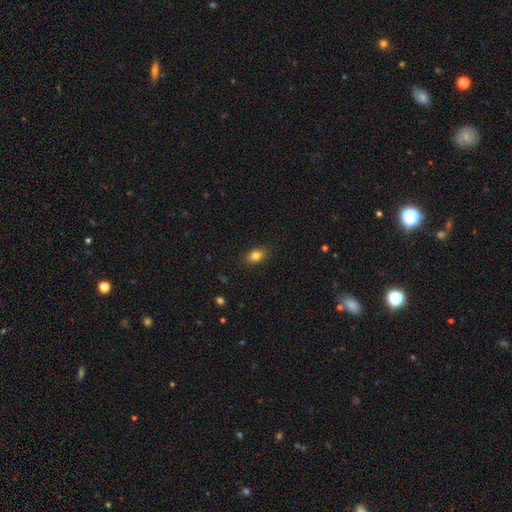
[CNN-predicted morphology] Smooth or featured?
  - smooth: 83% *
  - star or artifact: 9%
  - featured or disk: 8%
How rounded?
  - in between: 82% *
  - round: 16%
  - cigar-shaped: 2%
Merging?
  - none: 87% *
  - minor disturbance: 9%
  - major disturbance: 2%
  - merger: 1%